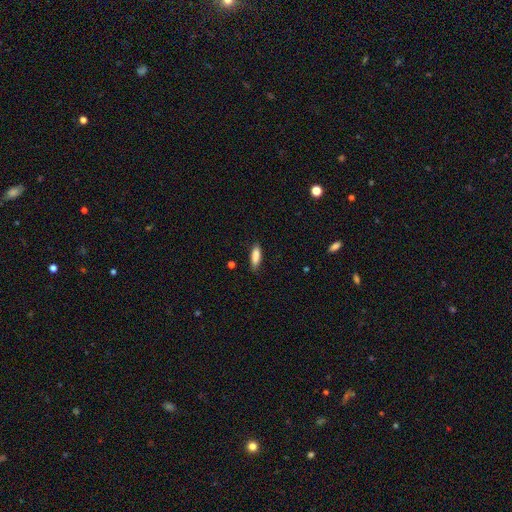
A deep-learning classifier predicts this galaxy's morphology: Smooth or featured: smooth — 87% (featured or disk — 7%)
How rounded: in between — 53% (cigar-shaped — 46%)
Merging: none — 82% (minor disturbance — 14%)